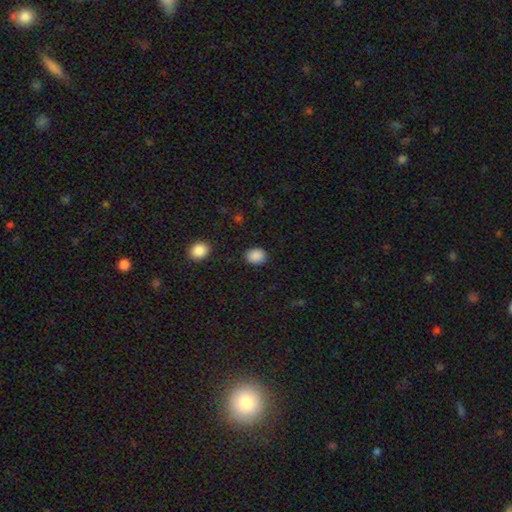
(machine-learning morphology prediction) Smooth or featured? smooth (88%)
How rounded? in between (50%)
Merging? none (87%)